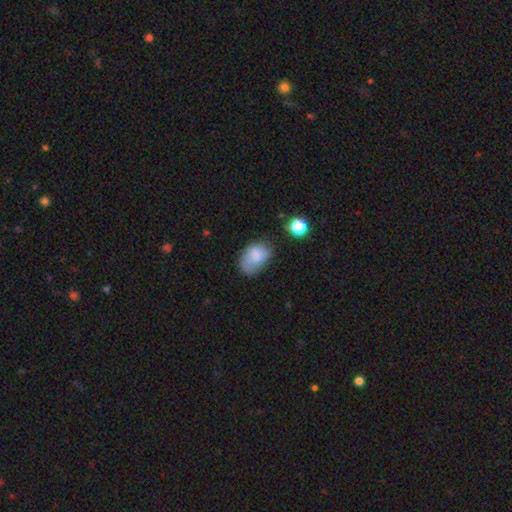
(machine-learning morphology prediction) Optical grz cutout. It shows a smooth galaxy with no disk features (75%) that is in between round and cigar-shaped (83%). Merging: none (47%).